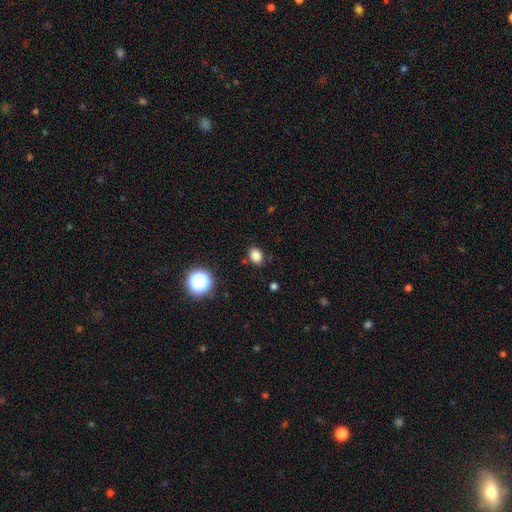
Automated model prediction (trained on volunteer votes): Smooth or featured? smooth (82%)
How rounded? in between (60%)
Merging? none (85%)